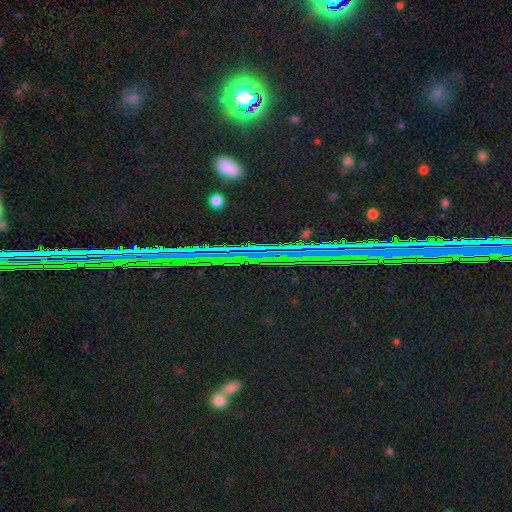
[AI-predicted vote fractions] A star or artifact, not a galaxy (82%).